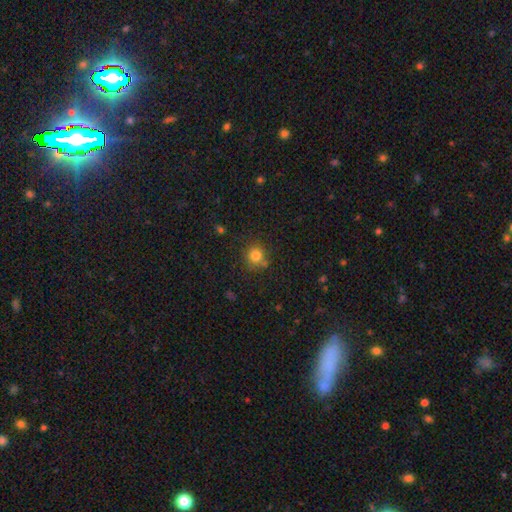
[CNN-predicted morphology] smooth 81%, star or artifact 13%, featured or disk 6%. Down the decision tree: how rounded — round (89%); merging — none (75%).